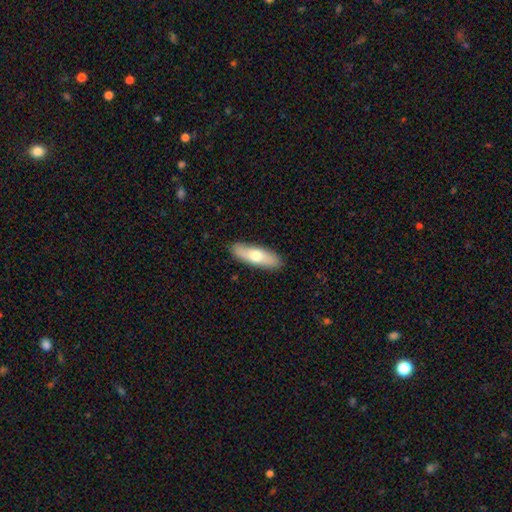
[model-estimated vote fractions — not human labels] smooth-or-featured: smooth: 66% | featured or disk: 29% | star or artifact: 5%
  how-rounded: in between: 49% | cigar-shaped: 48% | round: 2%
  merging: none: 88% | minor disturbance: 9% | major disturbance: 2% | merger: 1%